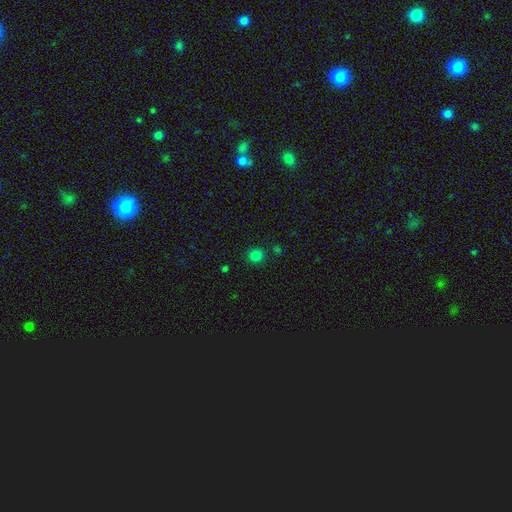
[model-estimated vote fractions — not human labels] Smooth or featured: smooth — 81% (star or artifact — 16%)
How rounded: round — 92% (in between — 7%)
Merging: none — 88% (minor disturbance — 7%)